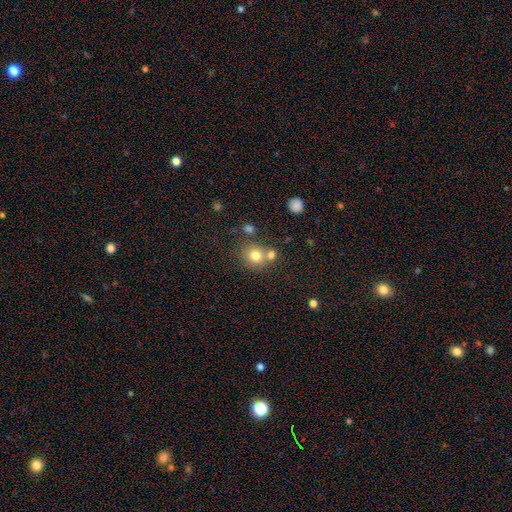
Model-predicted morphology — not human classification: Smooth or featured? Predicted: smooth (p=0.76). How rounded? Predicted: round (p=0.84). Merging? Predicted: none (p=0.59).